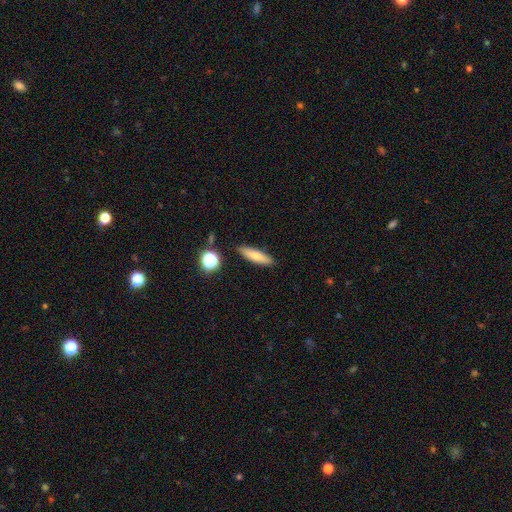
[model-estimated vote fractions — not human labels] This appears to be a smooth galaxy with no disk features (73%) that is cigar-shaped (70%). Merging: none (87%).